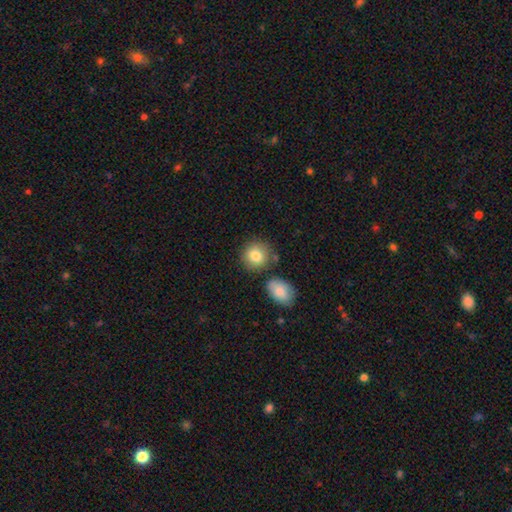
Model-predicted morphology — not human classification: A smooth galaxy with no disk features (83%) that is round (82%).

Vote fractions:
- Smooth or featured? smooth: 83% / featured or disk: 9% / star or artifact: 8%
- How rounded? round: 82% / in between: 17% / cigar-shaped: 1%
- Merging? none: 73% / merger: 12% / minor disturbance: 12% / major disturbance: 3%